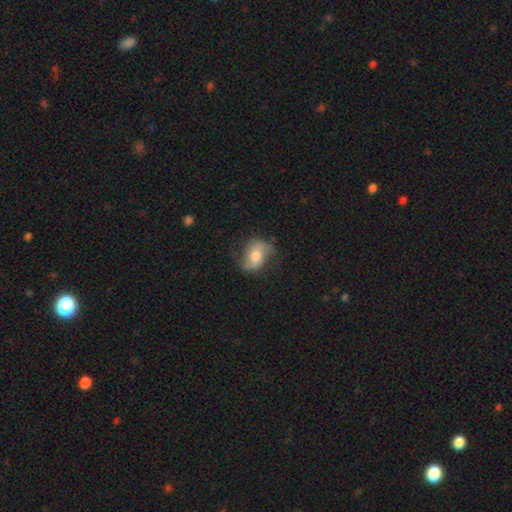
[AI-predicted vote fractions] Smooth or featured?
  - featured or disk: 55% *
  - smooth: 37%
  - star or artifact: 8%
Edge-on disk?
  - no: 95% *
  - yes: 5%
Bar?
  - no: 49% *
  - weak: 36%
  - strong: 15%
Spiral arms?
  - yes: 84% *
  - no: 16%
Bulge size?
  - moderate: 61% *
  - large: 20%
  - small: 14%
  - none: 3%
  - dominant: 2%
Merging?
  - none: 65% *
  - minor disturbance: 23%
  - major disturbance: 10%
  - merger: 2%